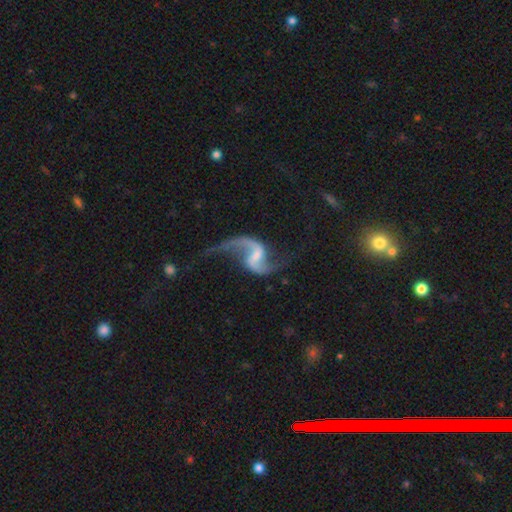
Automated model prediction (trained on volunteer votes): Q: Smooth or featured?
A: featured or disk (92%); runner-up: star or artifact (4%)
Q: Edge-on disk?
A: no (98%); runner-up: yes (2%)
Q: Bar?
A: weak (51%); runner-up: strong (28%)
Q: Spiral arms?
A: yes (97%); runner-up: no (3%)
Q: Spiral winding?
A: loose (87%); runner-up: medium (11%)
Q: Spiral arm count?
A: 2 (91%); runner-up: 1 (4%)
Q: Bulge size?
A: small (46%); runner-up: moderate (25%)
Q: Merging?
A: none (63%); runner-up: major disturbance (18%)